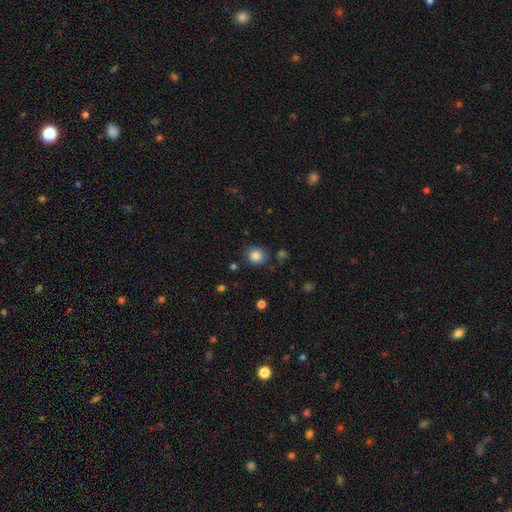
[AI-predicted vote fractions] This is clearly a smooth galaxy (85%). How rounded: clearly round (85%). Merging: clearly none (82%).